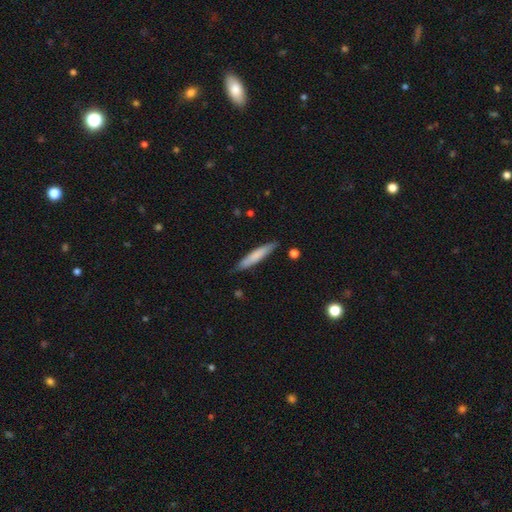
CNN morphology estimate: type=smooth (71%); roundness=cigar-shaped (91%); merging=none (85%).